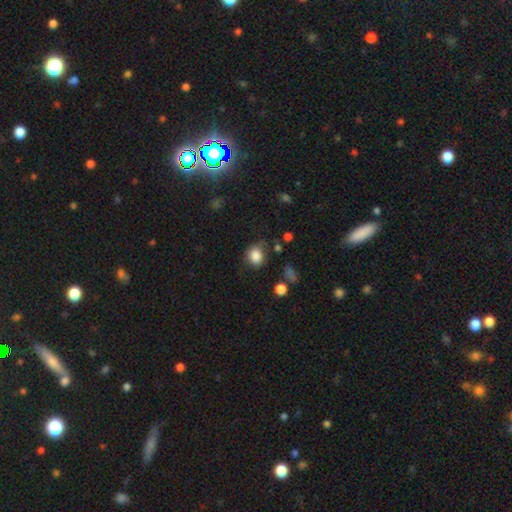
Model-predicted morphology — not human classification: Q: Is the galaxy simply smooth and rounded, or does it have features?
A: smooth — 84%.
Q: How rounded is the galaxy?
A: round — 65%.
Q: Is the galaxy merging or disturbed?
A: none — 63%.